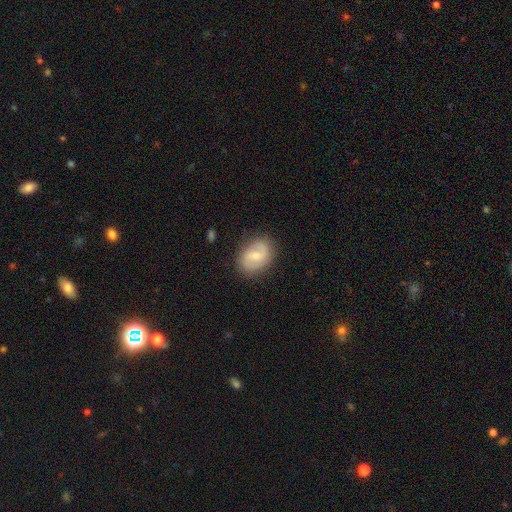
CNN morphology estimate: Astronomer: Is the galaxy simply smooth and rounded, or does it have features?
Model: featured or disk — 51% (runner-up: smooth, 42%).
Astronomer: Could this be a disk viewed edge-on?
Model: no — 97%.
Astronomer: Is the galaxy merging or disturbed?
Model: none — 81%.